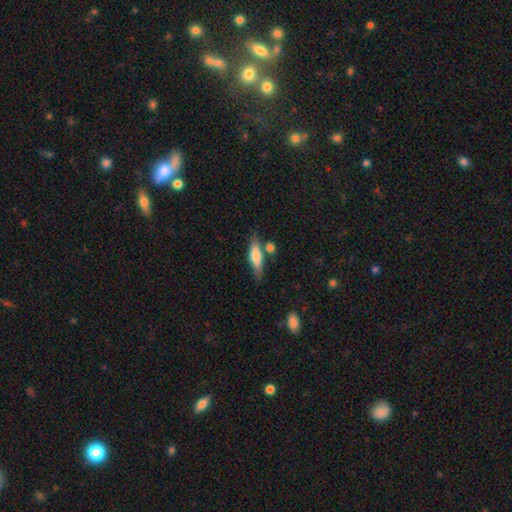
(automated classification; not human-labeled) Morphology: type=smooth (63%); roundness=cigar-shaped (61%); merging=none (67%).